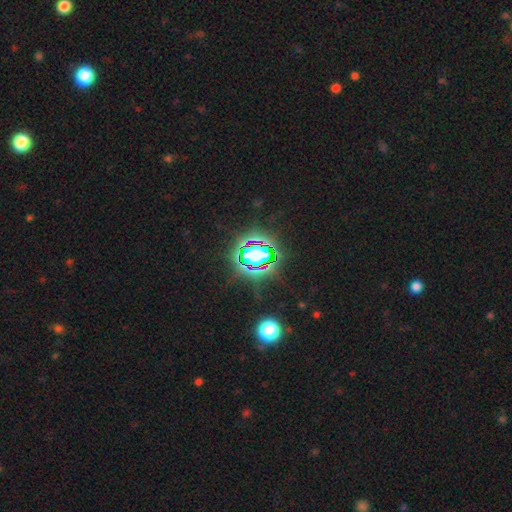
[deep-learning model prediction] A star or artifact, not a galaxy (71%).

Vote fractions:
- Smooth or featured? star or artifact: 71% / smooth: 17% / featured or disk: 12%